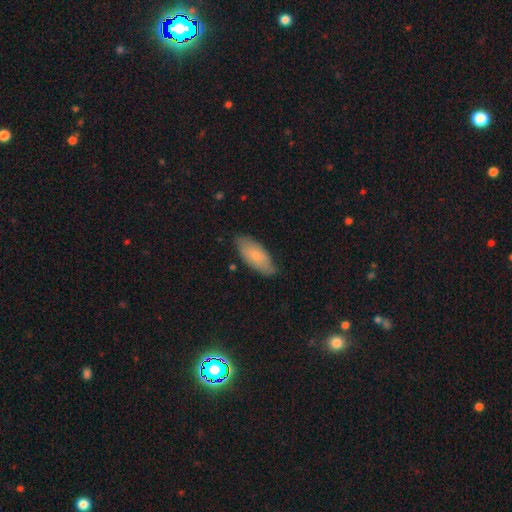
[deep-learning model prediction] smooth-or-featured: smooth: 76% | featured or disk: 18% | star or artifact: 6%
  how-rounded: in between: 85% | cigar-shaped: 13% | round: 2%
  merging: none: 76% | minor disturbance: 19% | major disturbance: 3% | merger: 1%